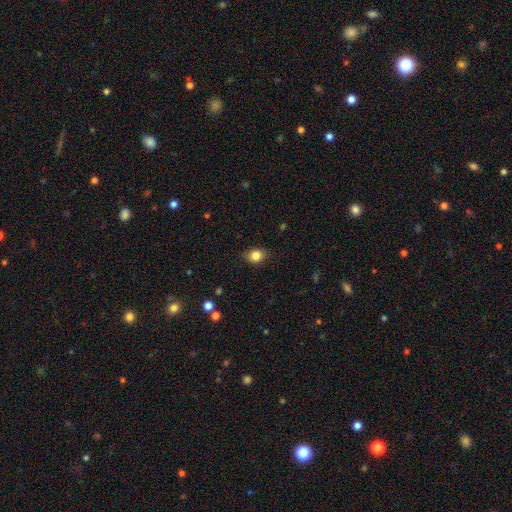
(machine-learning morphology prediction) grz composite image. It shows a smooth galaxy with no disk features (83%) that is in between round and cigar-shaped (60%). Merging: none (82%).